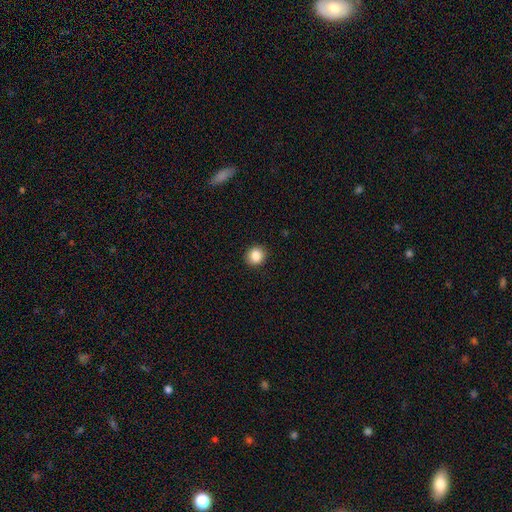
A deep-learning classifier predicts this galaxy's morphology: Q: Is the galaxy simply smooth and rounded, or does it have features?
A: smooth — 86%.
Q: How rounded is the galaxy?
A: round — 85%.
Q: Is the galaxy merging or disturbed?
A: none — 91%.